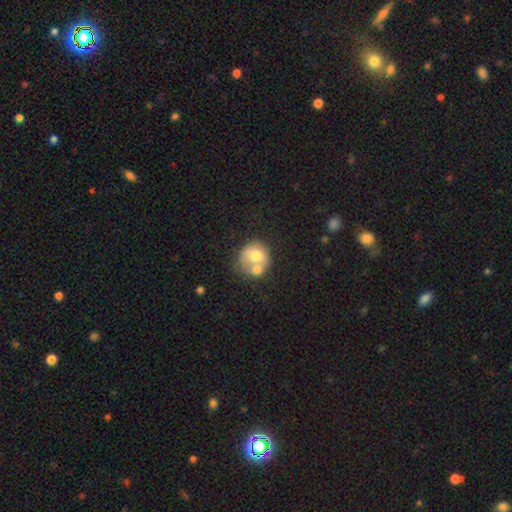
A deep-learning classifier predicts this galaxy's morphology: A smooth galaxy with no disk features (64%) that is round (78%).

Vote fractions:
- Smooth or featured? smooth: 64% / featured or disk: 28% / star or artifact: 8%
- How rounded? round: 78% / in between: 21% / cigar-shaped: 1%
- Merging? merger: 57% / none: 26% / minor disturbance: 12% / major disturbance: 6%